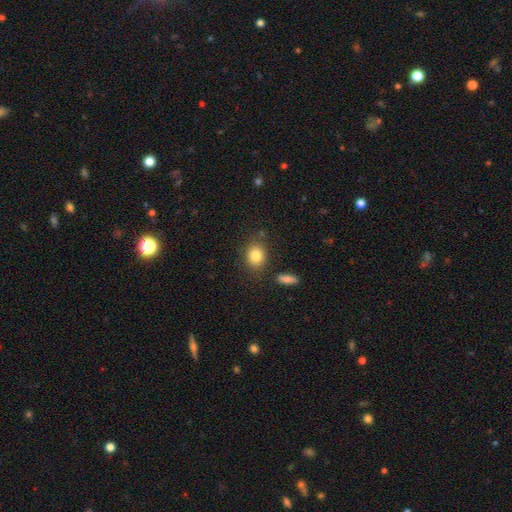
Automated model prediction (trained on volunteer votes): smooth 83%, star or artifact 10%, featured or disk 8%. Down the decision tree: how rounded — round (52%); merging — none (81%).